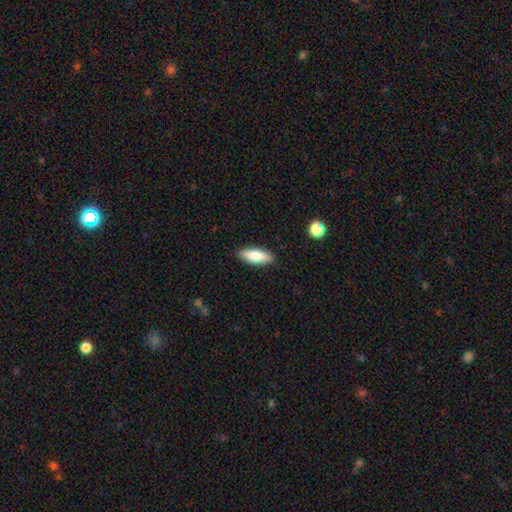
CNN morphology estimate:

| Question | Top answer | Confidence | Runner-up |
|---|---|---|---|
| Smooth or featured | smooth | 80% | featured or disk (14%) |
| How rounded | in between | 67% | cigar-shaped (32%) |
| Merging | none | 88% | minor disturbance (9%) |